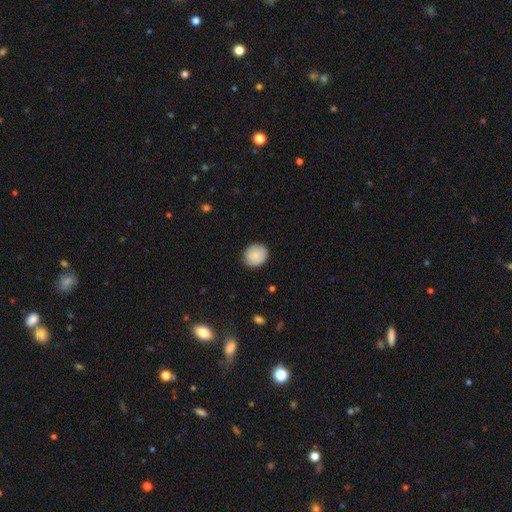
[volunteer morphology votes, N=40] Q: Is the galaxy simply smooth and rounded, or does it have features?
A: smooth — 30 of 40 (75%).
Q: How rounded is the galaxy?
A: round — 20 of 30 (67%).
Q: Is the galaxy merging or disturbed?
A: none — 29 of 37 (78%).